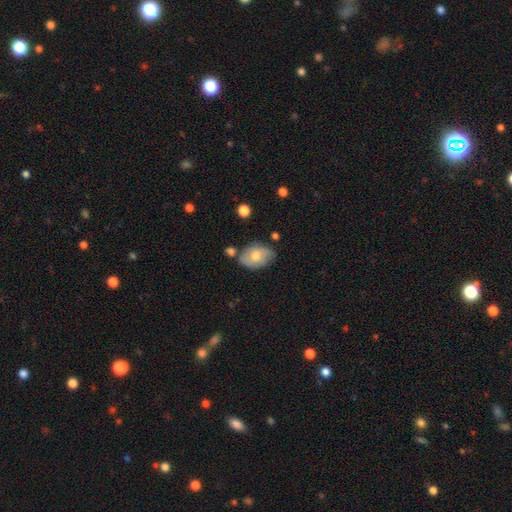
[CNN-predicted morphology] The model was most divided on "smooth or featured": smooth: 59%, featured or disk: 33%, star or artifact: 8%. More confident: how rounded — in between (83%); merging — none (64%).